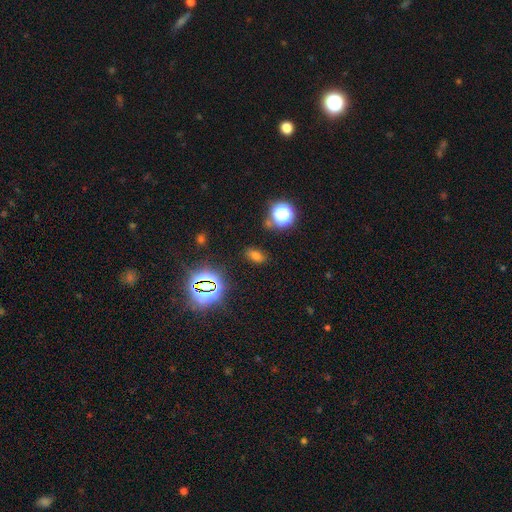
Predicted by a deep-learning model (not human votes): This appears to be a smooth galaxy with no disk features (64%) that is in between round and cigar-shaped (83%). Merging: none (81%).